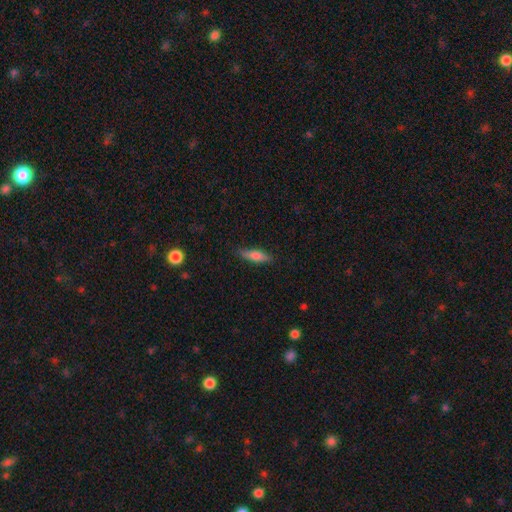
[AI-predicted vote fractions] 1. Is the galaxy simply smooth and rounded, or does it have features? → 68% smooth, 25% featured or disk, 7% star or artifact.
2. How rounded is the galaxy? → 67% cigar-shaped, 31% in between, 2% round.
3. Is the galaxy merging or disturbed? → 85% none, 11% minor disturbance, 2% major disturbance, 1% merger.